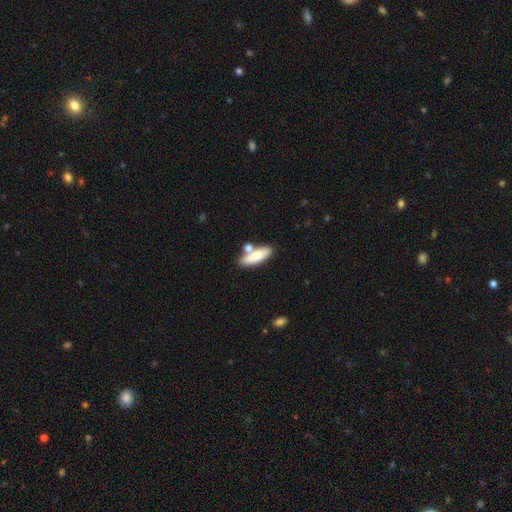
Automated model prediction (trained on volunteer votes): smooth_or_featured: smooth (p=0.80) [alt: featured or disk p=0.14]
how_rounded: in between (p=0.59) [alt: cigar-shaped p=0.39]
merging: none (p=0.60) [alt: merger p=0.23]